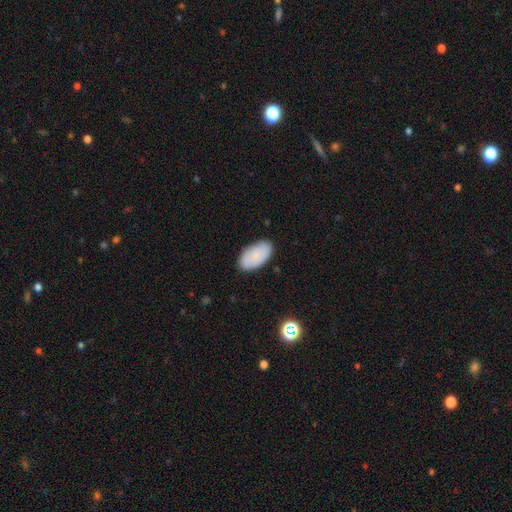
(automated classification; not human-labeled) smooth 79%, featured or disk 14%, star or artifact 7%. Down the decision tree: how rounded — in between (95%); merging — none (84%).